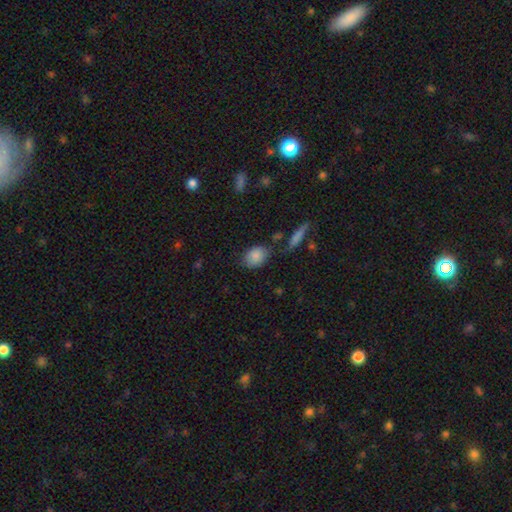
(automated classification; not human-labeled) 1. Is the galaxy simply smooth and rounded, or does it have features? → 85% smooth, 8% star or artifact, 7% featured or disk.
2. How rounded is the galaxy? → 68% in between, 30% round, 2% cigar-shaped.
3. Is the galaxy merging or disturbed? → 71% none, 18% minor disturbance, 6% merger, 5% major disturbance.